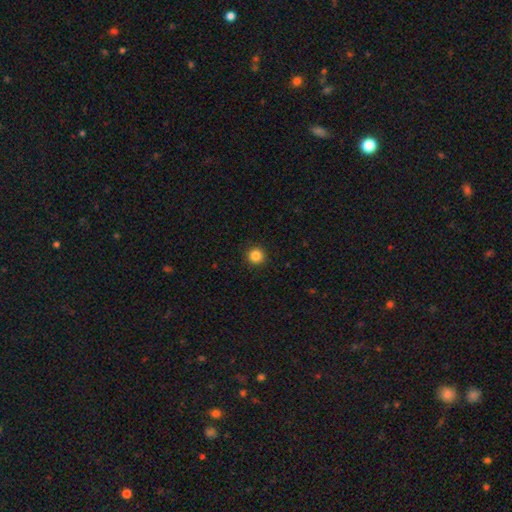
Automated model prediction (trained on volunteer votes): smooth-or-featured: smooth: 85% | star or artifact: 11% | featured or disk: 4%
  how-rounded: round: 95% | in between: 4% | cigar-shaped: 1%
  merging: none: 93% | minor disturbance: 4% | major disturbance: 2% | merger: 1%